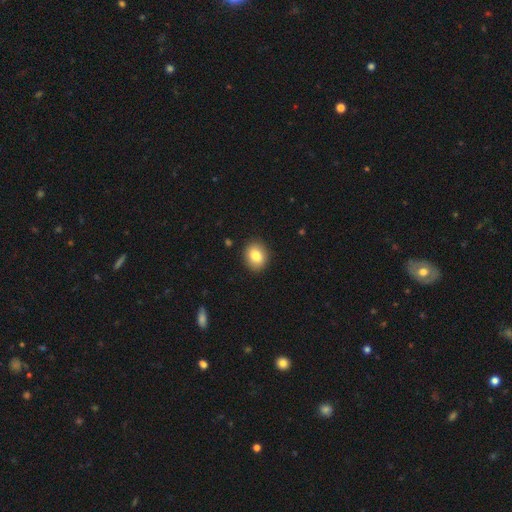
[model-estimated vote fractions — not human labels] Smooth or featured?
  - smooth: 82% *
  - featured or disk: 9%
  - star or artifact: 8%
How rounded?
  - round: 59% *
  - in between: 40%
  - cigar-shaped: 1%
Merging?
  - none: 90% *
  - minor disturbance: 7%
  - major disturbance: 2%
  - merger: 1%